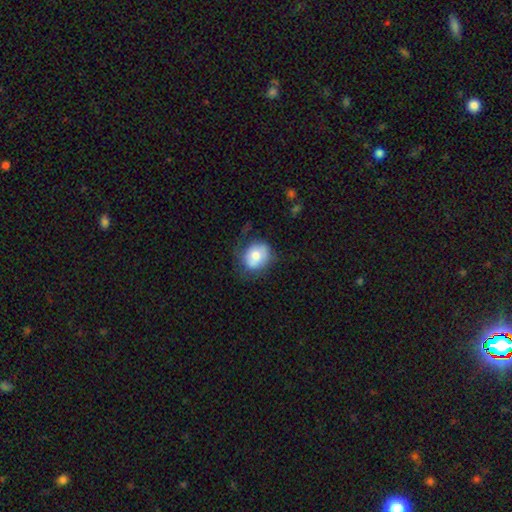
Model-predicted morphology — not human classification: smooth 70%, featured or disk 22%, star or artifact 8%. Down the decision tree: how rounded — round (58%); merging — none (57%).